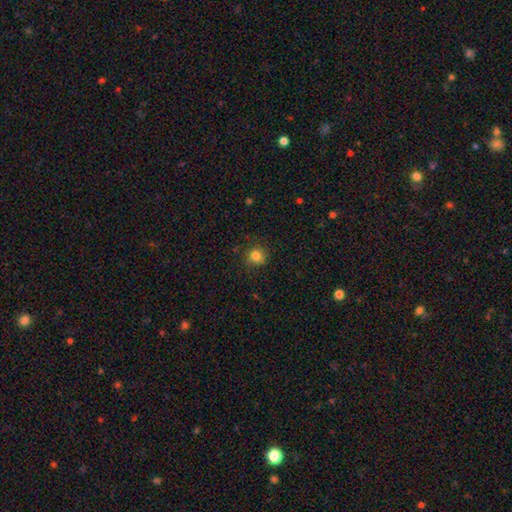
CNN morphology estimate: smooth-or-featured: smooth: 83% | star or artifact: 12% | featured or disk: 5%
  how-rounded: round: 88% | in between: 11% | cigar-shaped: 1%
  merging: none: 84% | minor disturbance: 11% | major disturbance: 3% | merger: 1%